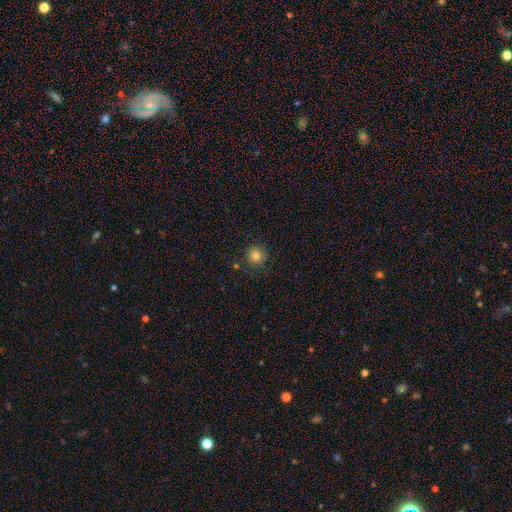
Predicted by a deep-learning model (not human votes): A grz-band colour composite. It shows a smooth galaxy with no disk features (81%) that is round (91%). Merging: none (80%).